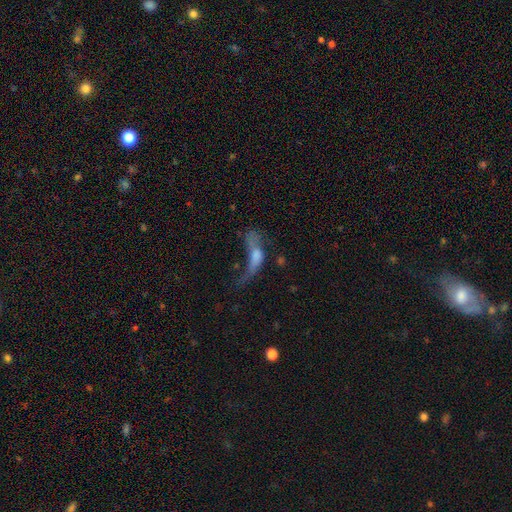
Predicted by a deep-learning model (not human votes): A featured or disk galaxy (46%). Merging: major disturbance (55%).